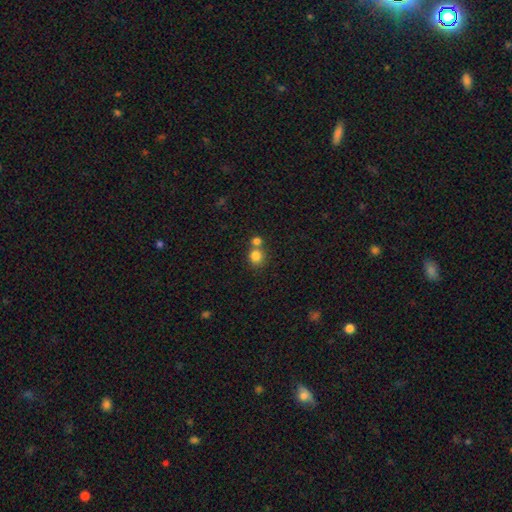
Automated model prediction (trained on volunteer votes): The model was most divided on "merging": none: 52%, merger: 39%, minor disturbance: 7%, major disturbance: 3%. More confident: how rounded — round (85%); smooth or featured — smooth (82%).